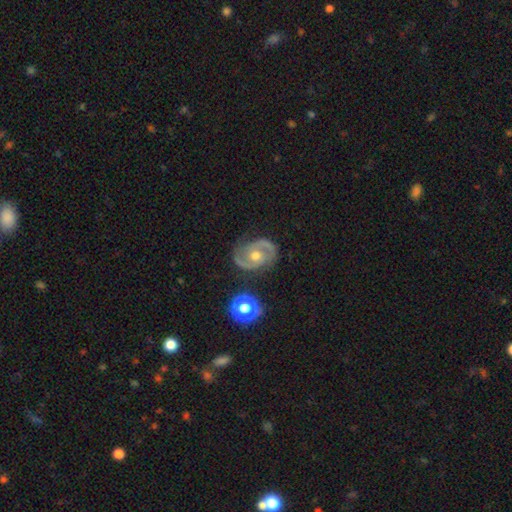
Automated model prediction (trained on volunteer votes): Q: Smooth or featured?
A: featured or disk (87%); runner-up: smooth (7%)
Q: Edge-on disk?
A: no (98%); runner-up: yes (2%)
Q: Bar?
A: no (60%); runner-up: weak (31%)
Q: Spiral arms?
A: yes (95%); runner-up: no (5%)
Q: Spiral winding?
A: medium (54%); runner-up: tight (34%)
Q: Spiral arm count?
A: 2 (93%); runner-up: can't tell (3%)
Q: Bulge size?
A: moderate (76%); runner-up: small (17%)
Q: Merging?
A: none (82%); runner-up: minor disturbance (13%)